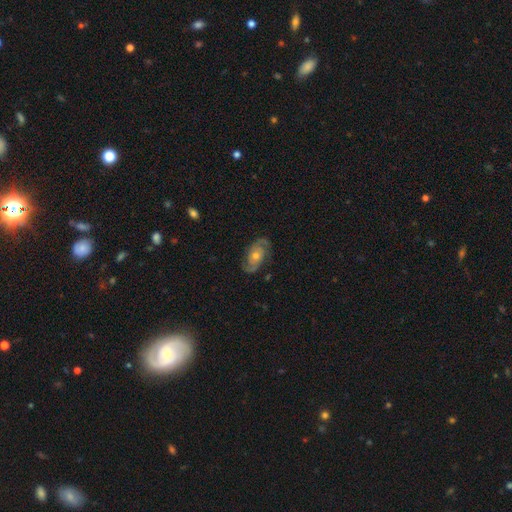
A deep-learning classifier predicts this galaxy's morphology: type=featured or disk (83%); edge-on=no (96%); bar=no (72%); spiral arms=yes (95%); winding=medium (47%); arm count=2 (86%); bulge=moderate (58%); merging=none (81%).